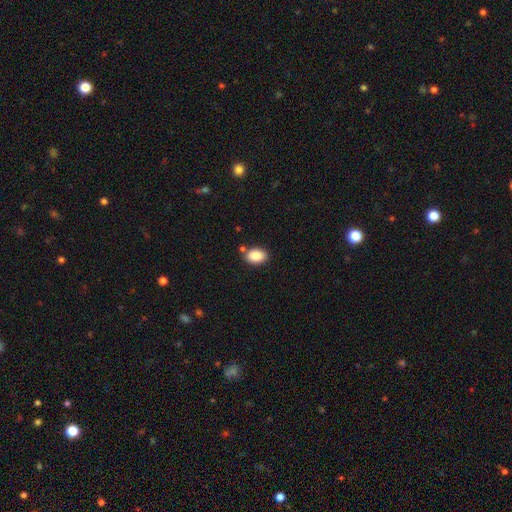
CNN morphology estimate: This is clearly a smooth galaxy (88%). How rounded: clearly in between (85%). Merging: likely none (79%).